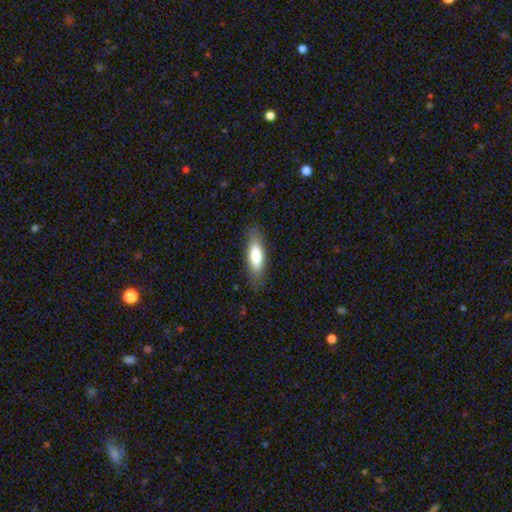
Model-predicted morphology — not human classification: A smooth galaxy with no disk features (76%) that is in between round and cigar-shaped (53%).

Vote fractions:
- Smooth or featured? smooth: 76% / featured or disk: 18% / star or artifact: 6%
- How rounded? in between: 53% / cigar-shaped: 45% / round: 2%
- Merging? none: 81% / minor disturbance: 14% / major disturbance: 4% / merger: 1%